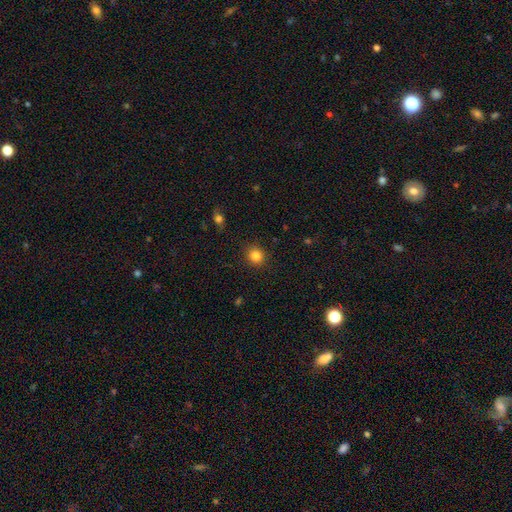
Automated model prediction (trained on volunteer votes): This is clearly a smooth galaxy (84%). How rounded: clearly round (86%). Merging: clearly none (90%).